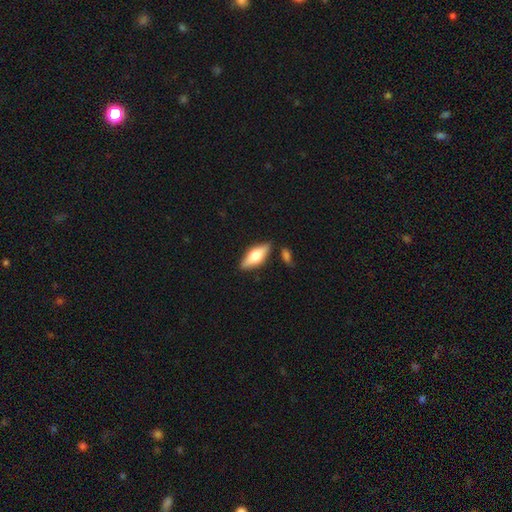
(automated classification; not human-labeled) The model was most divided on "smooth or featured": smooth: 49%, featured or disk: 44%, star or artifact: 6%. More confident: merging — none (82%).